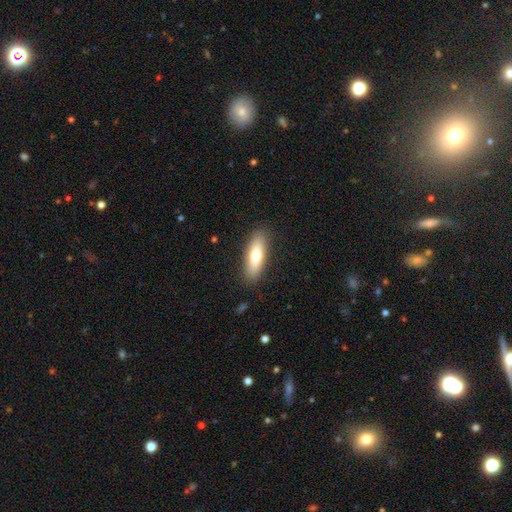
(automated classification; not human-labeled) A smooth galaxy with no disk features (70%) that is in between round and cigar-shaped (55%).

Vote fractions:
- Smooth or featured? smooth: 70% / featured or disk: 24% / star or artifact: 6%
- How rounded? in between: 55% / cigar-shaped: 43% / round: 2%
- Merging? none: 87% / minor disturbance: 9% / major disturbance: 2% / merger: 1%